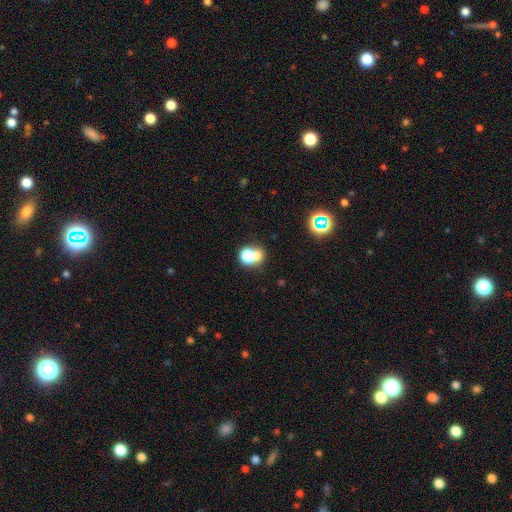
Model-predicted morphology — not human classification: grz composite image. It shows a smooth galaxy with no disk features (65%) that is round (71%). Merging: merger (47%).